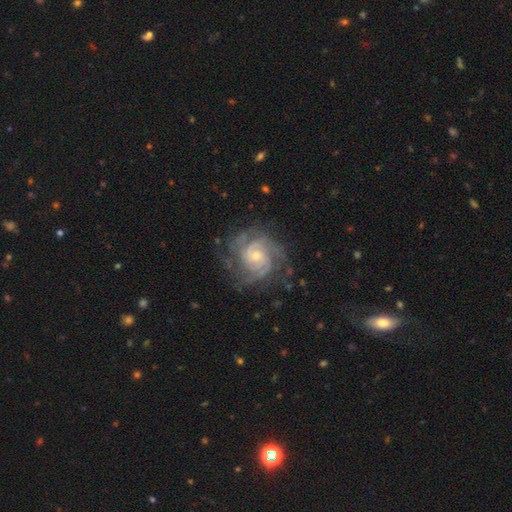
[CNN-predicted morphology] Smooth or featured? featured or disk (88%)
Edge-on disk? no (98%)
Bar? no (65%)
Spiral arms? yes (97%)
Spiral winding? tight (61%)
Spiral arm count? 3 (26%)
Bulge size? small (62%)
Merging? none (75%)